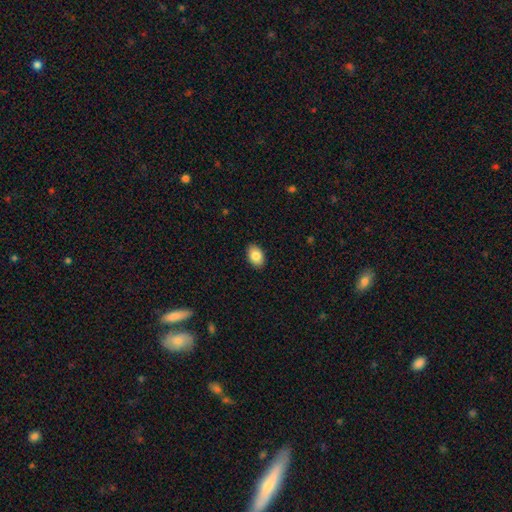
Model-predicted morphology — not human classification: Smooth or featured? smooth (86%)
How rounded? in between (85%)
Merging? none (90%)